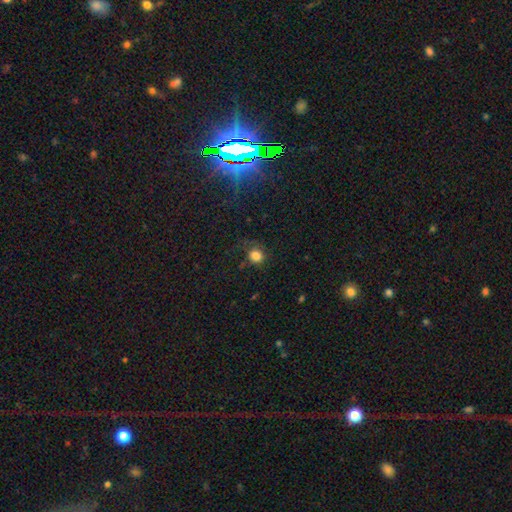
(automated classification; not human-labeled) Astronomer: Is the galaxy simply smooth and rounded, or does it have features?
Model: smooth — 80%.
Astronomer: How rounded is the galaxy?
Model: round — 77%.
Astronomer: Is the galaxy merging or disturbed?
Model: none — 64%.